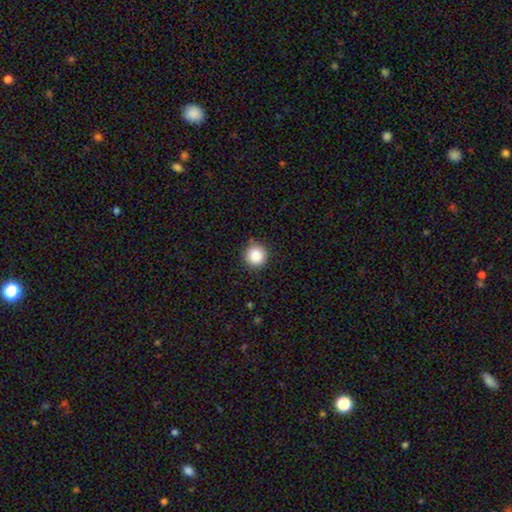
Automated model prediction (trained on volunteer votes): Smooth or featured? smooth (87%)
How rounded? round (95%)
Merging? none (90%)